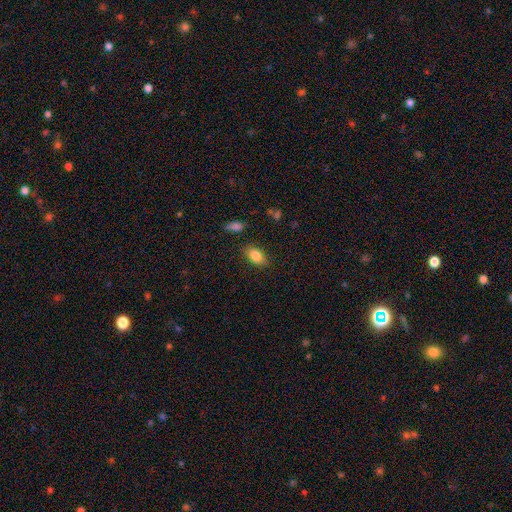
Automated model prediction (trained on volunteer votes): Smooth or featured? smooth (84%)
How rounded? in between (88%)
Merging? none (83%)